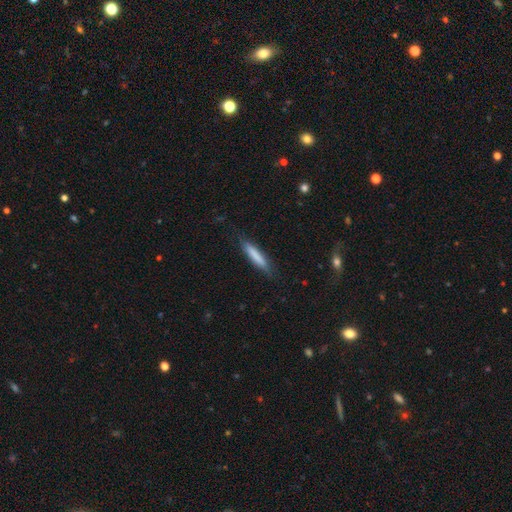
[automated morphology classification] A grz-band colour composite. It shows a smooth galaxy with no disk features (76%) that is cigar-shaped (88%). Merging: none (80%).